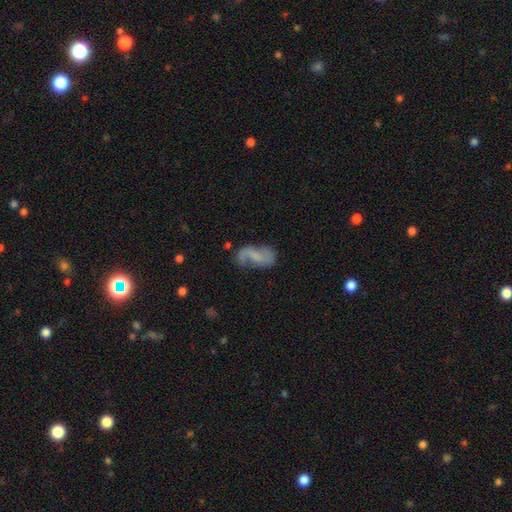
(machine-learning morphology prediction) smooth_or_featured: featured or disk (p=0.65) [alt: smooth p=0.27]
disk_edge_on: no (p=0.96) [alt: yes p=0.04]
bar: no (p=0.42) [alt: weak p=0.41]
has_spiral_arms: yes (p=0.87) [alt: no p=0.13]
spiral_winding: loose (p=0.62) [alt: medium p=0.28]
spiral_arm_count: 2 (p=0.81) [alt: 1 p=0.10]
bulge_size: none (p=0.46) [alt: small p=0.33]
merging: none (p=0.56) [alt: minor disturbance p=0.25]